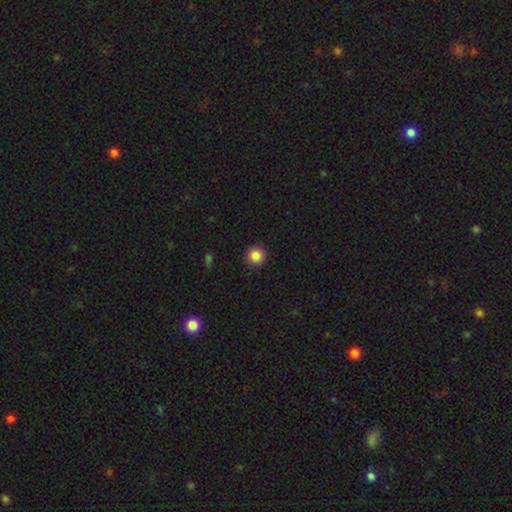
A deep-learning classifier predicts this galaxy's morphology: Smooth or featured: smooth — 86% (star or artifact — 10%)
How rounded: round — 96% (in between — 4%)
Merging: none — 92% (minor disturbance — 5%)